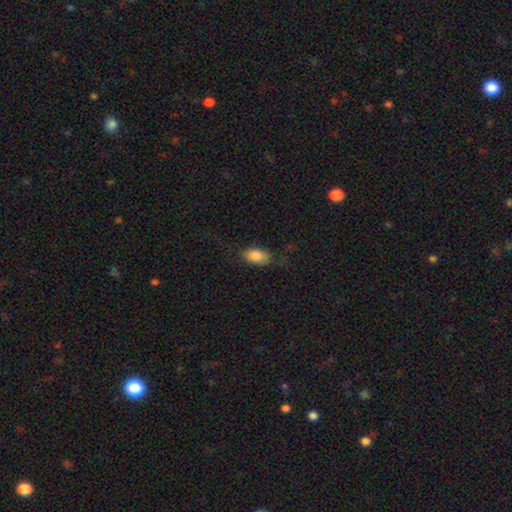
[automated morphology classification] This appears to be a smooth galaxy with no disk features (83%) that is in between round and cigar-shaped (92%). Merging: none (69%).